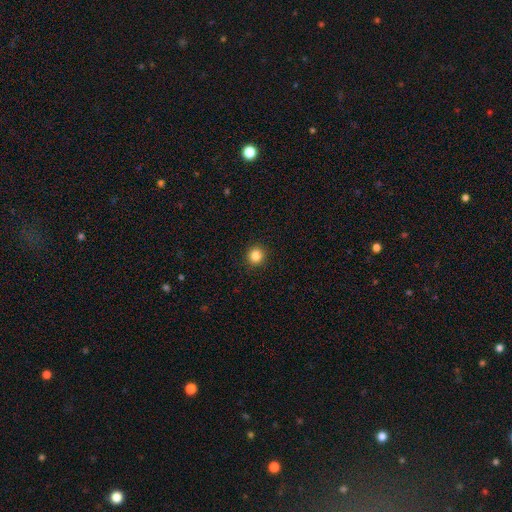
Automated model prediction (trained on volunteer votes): Q: Smooth or featured?
A: smooth (85%); runner-up: star or artifact (11%)
Q: How rounded?
A: round (91%); runner-up: in between (8%)
Q: Merging?
A: none (92%); runner-up: minor disturbance (5%)